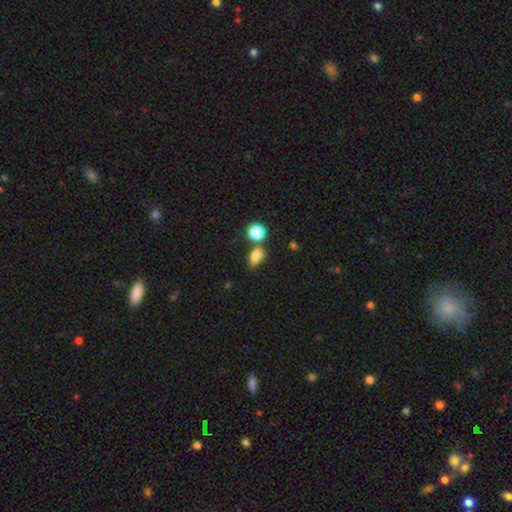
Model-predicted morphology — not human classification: type=smooth (76%); roundness=in between (74%); merging=none (54%).